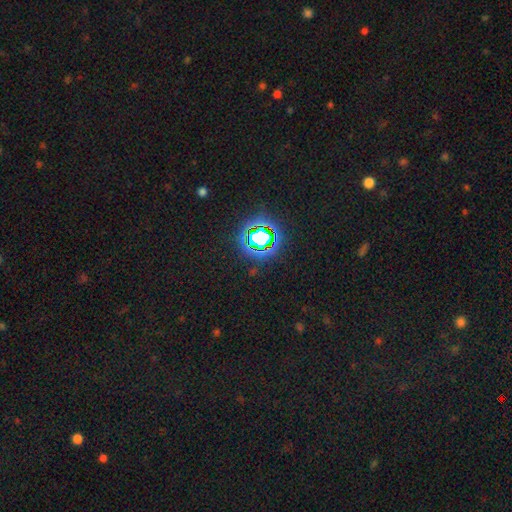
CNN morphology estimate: star or artifact 78%, smooth 15%, featured or disk 6%.